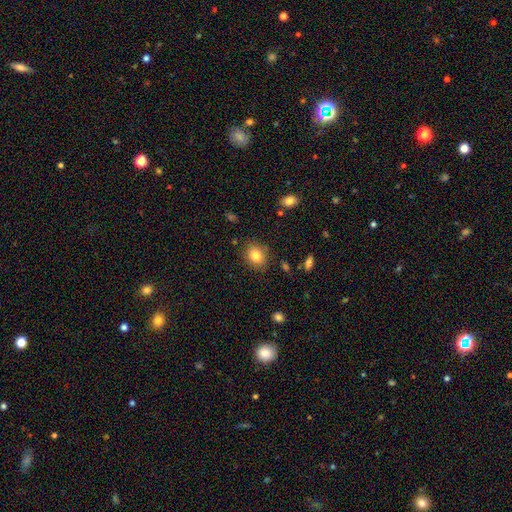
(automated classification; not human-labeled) Smooth or featured: smooth — 81% (star or artifact — 10%)
How rounded: round — 53% (in between — 46%)
Merging: none — 84% (minor disturbance — 11%)